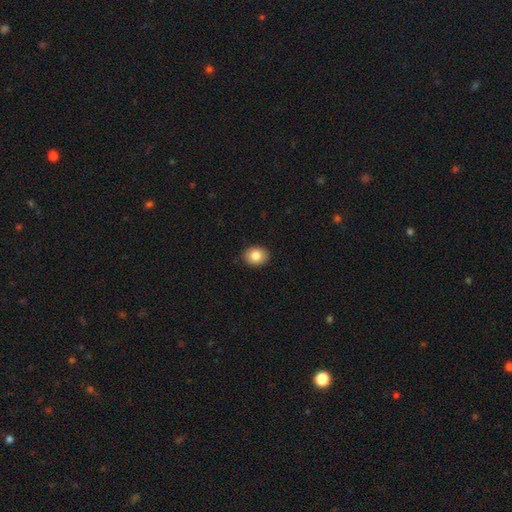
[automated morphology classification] The model was most divided on "how rounded": round: 53%, in between: 47%, cigar-shaped: 1%. More confident: merging — none (90%); smooth or featured — smooth (83%).